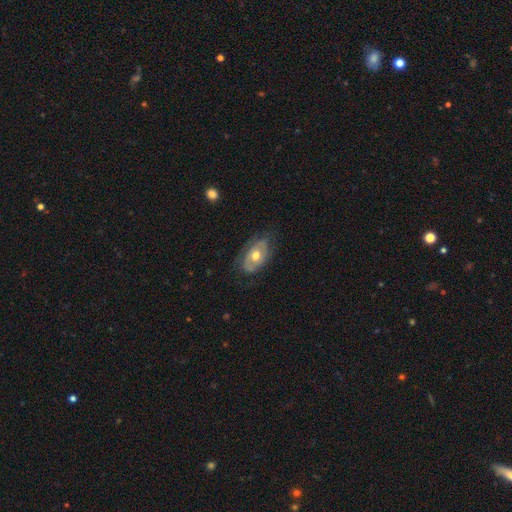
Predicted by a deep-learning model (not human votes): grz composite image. It shows a featured or disk galaxy (61%) with no bar (81%), spiral arms (54%) and a moderate central bulge (77%). Merging: none (64%).